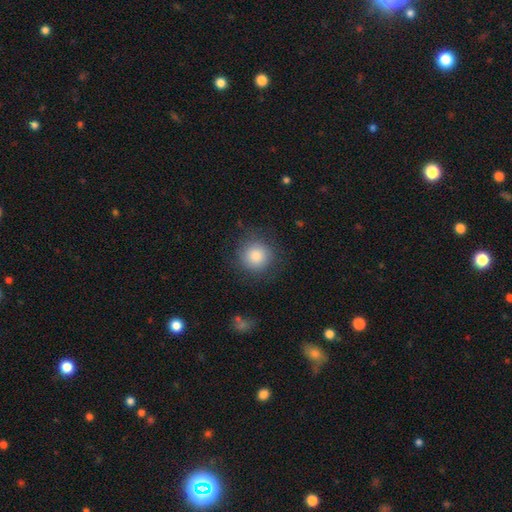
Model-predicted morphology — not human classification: Smooth or featured? Predicted: smooth (p=0.83). How rounded? Predicted: round (p=0.94). Merging? Predicted: none (p=0.83).